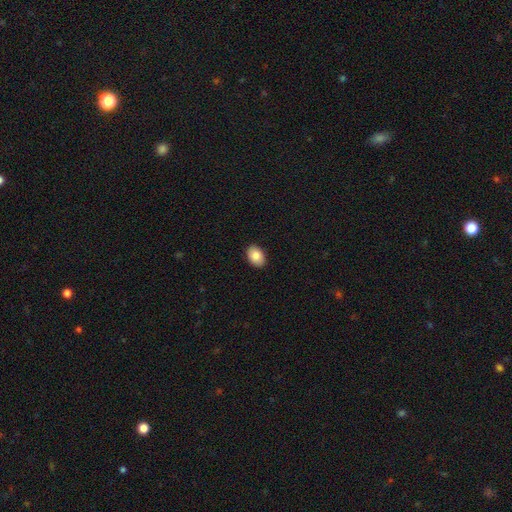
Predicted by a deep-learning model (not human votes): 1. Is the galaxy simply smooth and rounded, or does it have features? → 86% smooth, 7% featured or disk, 7% star or artifact.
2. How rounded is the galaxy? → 84% in between, 15% round, 1% cigar-shaped.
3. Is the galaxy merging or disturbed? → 90% none, 7% minor disturbance, 2% major disturbance, 1% merger.